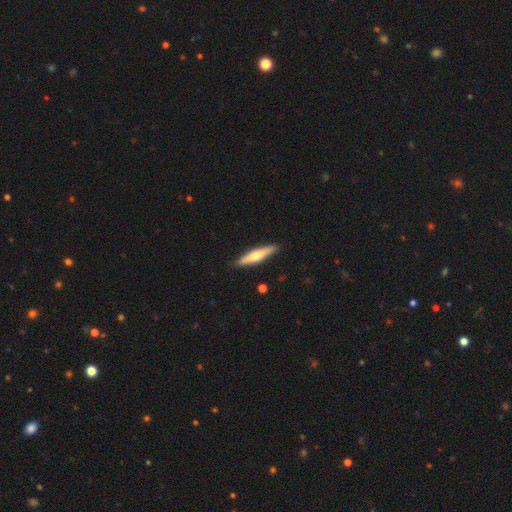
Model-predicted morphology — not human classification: smooth-or-featured: smooth: 52% | featured or disk: 43% | star or artifact: 5%
  how-rounded: cigar-shaped: 81% | in between: 17% | round: 2%
  merging: none: 89% | minor disturbance: 8% | major disturbance: 2% | merger: 1%